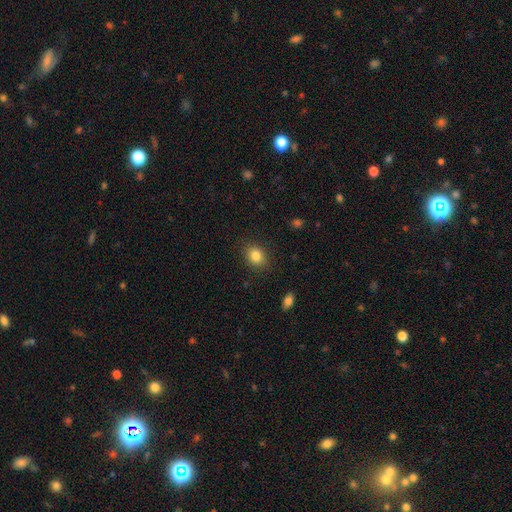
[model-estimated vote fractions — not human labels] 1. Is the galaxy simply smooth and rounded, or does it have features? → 84% smooth, 10% star or artifact, 6% featured or disk.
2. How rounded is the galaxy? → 55% round, 44% in between, 1% cigar-shaped.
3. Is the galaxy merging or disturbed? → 88% none, 9% minor disturbance, 2% major disturbance, 1% merger.